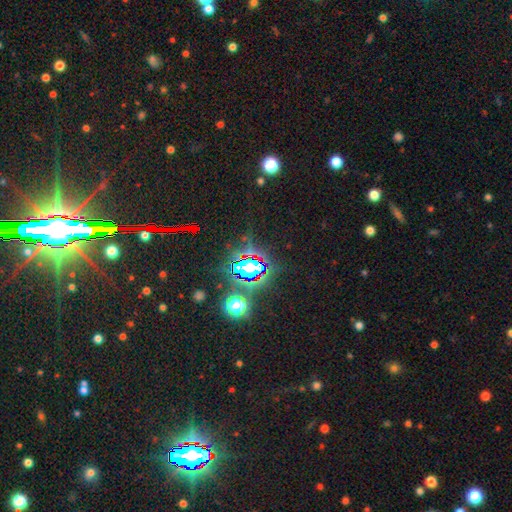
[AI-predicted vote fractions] Smooth or featured? Predicted: star or artifact (p=0.75).